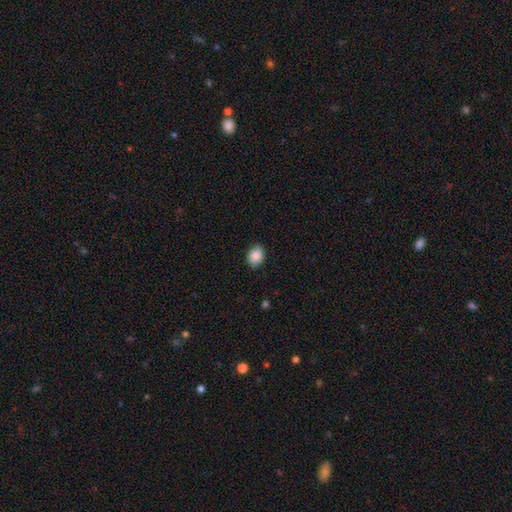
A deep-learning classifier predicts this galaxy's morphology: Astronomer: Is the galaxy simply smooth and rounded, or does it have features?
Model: smooth — 87%.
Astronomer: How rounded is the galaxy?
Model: in between — 60% (runner-up: round, 39%).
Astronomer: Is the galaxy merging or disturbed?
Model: none — 83%.